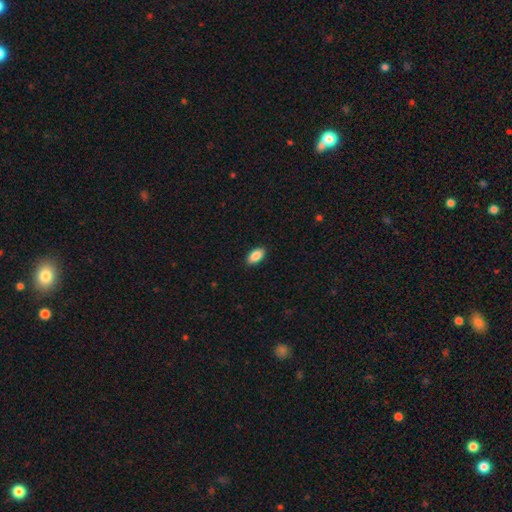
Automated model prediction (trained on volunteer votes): smooth_or_featured: smooth (p=0.88) [alt: star or artifact p=0.07]
how_rounded: in between (p=0.92) [alt: cigar-shaped p=0.05]
merging: none (p=0.89) [alt: minor disturbance p=0.08]